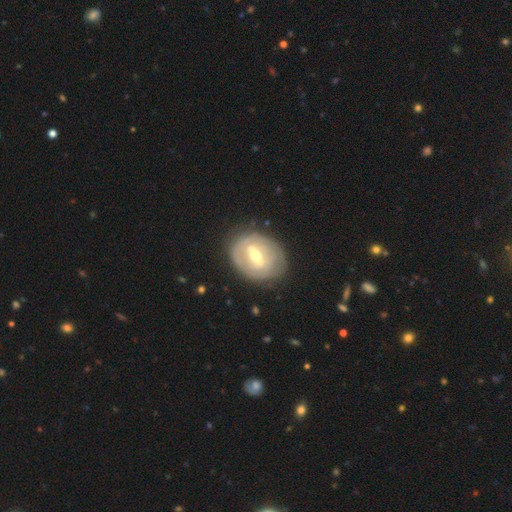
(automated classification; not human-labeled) This appears to be a featured or disk galaxy (71%) with a weak bar (45%), spiral arms (52%) and a moderate central bulge (62%). Merging: none (76%).